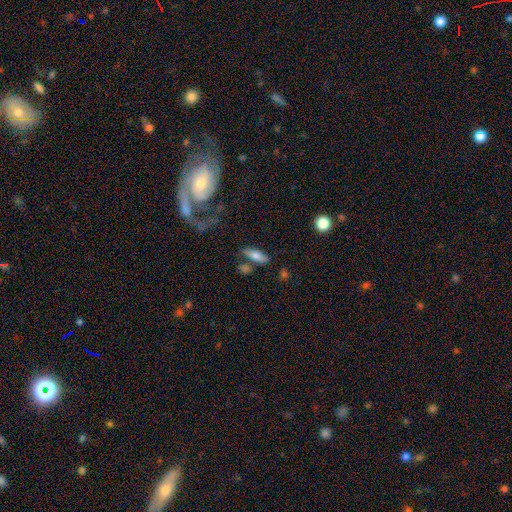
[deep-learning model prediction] Morphology: type=smooth (70%); roundness=in between (65%); merging=none (69%).